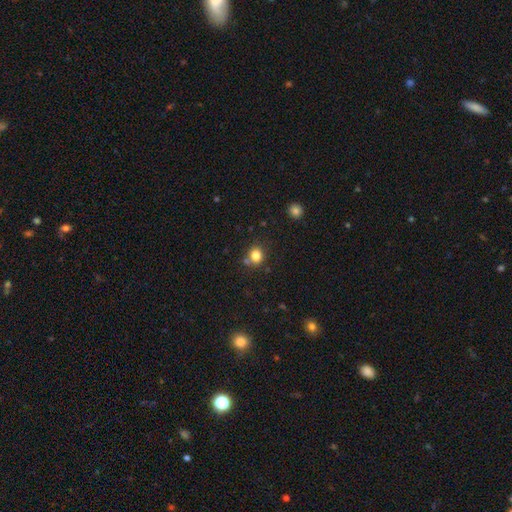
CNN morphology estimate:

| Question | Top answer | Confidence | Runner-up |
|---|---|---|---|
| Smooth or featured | smooth | 81% | star or artifact (12%) |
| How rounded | round | 74% | in between (25%) |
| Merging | none | 72% | merger (13%) |